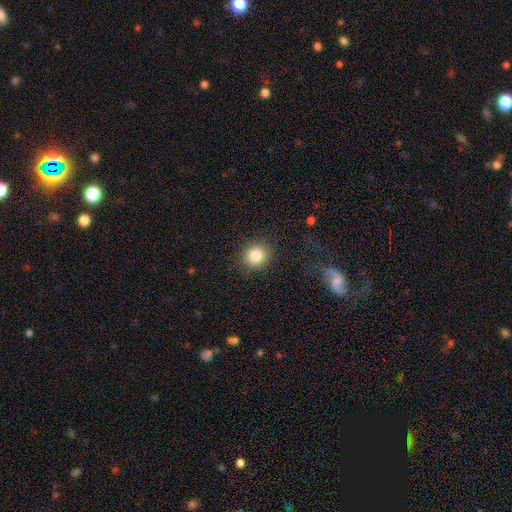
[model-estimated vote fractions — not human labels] Smooth or featured? smooth (84%)
How rounded? round (80%)
Merging? none (88%)